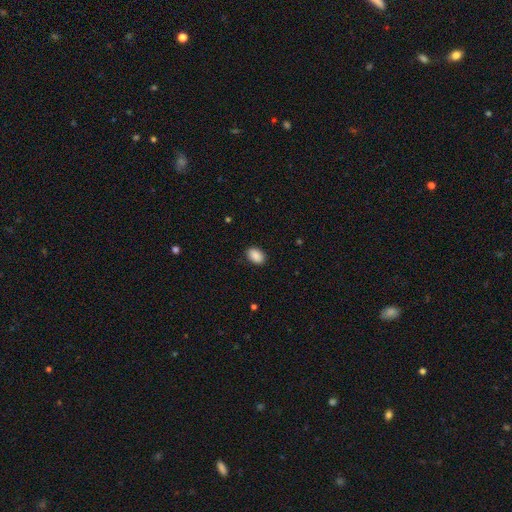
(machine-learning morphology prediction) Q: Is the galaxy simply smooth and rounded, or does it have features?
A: smooth — 90%.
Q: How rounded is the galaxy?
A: in between — 85%.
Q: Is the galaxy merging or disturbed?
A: none — 88%.